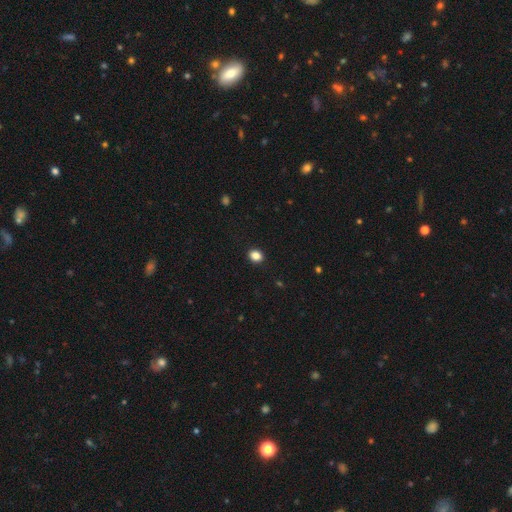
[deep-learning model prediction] Smooth or featured? Predicted: smooth (p=0.86). How rounded? Predicted: round (p=0.59). Merging? Predicted: none (p=0.91).